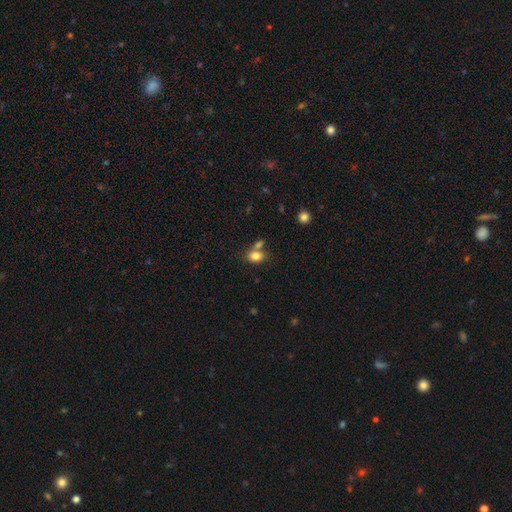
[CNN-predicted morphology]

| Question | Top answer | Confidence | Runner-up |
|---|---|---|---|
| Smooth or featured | smooth | 82% | star or artifact (10%) |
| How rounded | in between | 75% | round (24%) |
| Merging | none | 51% | merger (31%) |